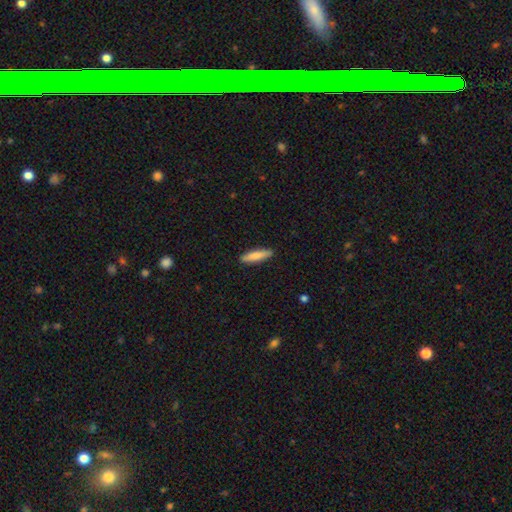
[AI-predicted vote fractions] A smooth galaxy with no disk features (80%) that is cigar-shaped (75%).

Vote fractions:
- Smooth or featured? smooth: 80% / featured or disk: 14% / star or artifact: 5%
- How rounded? cigar-shaped: 75% / in between: 23% / round: 2%
- Merging? none: 90% / minor disturbance: 8% / major disturbance: 2% / merger: 1%